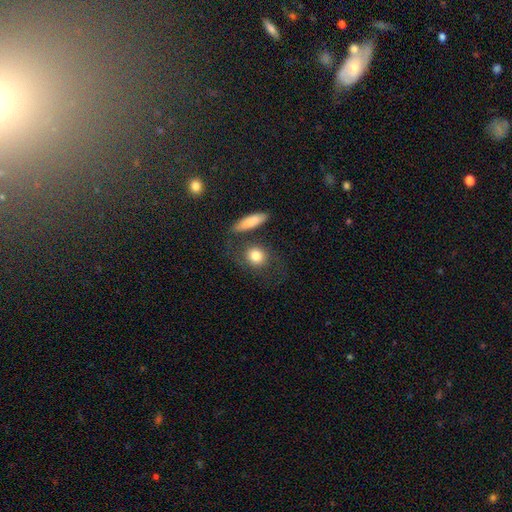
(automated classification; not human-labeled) Q: Smooth or featured?
A: smooth (79%); runner-up: featured or disk (14%)
Q: How rounded?
A: round (66%); runner-up: in between (31%)
Q: Merging?
A: none (61%); runner-up: minor disturbance (16%)